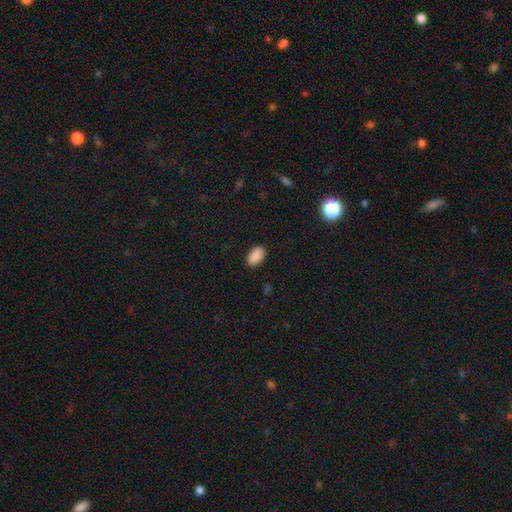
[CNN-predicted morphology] Smooth or featured? Predicted: smooth (p=0.90). How rounded? Predicted: in between (p=0.94). Merging? Predicted: none (p=0.89).